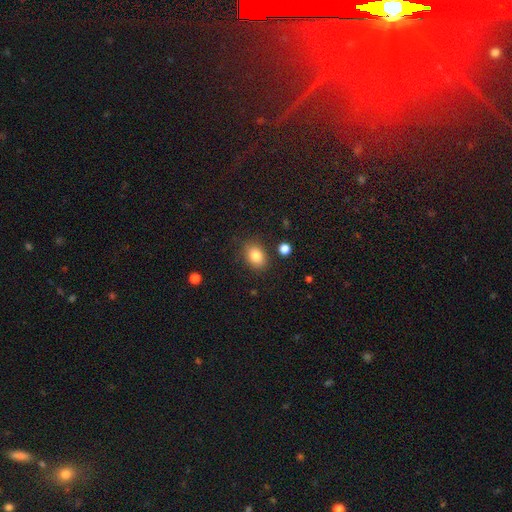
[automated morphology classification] Smooth or featured? smooth (84%)
How rounded? in between (74%)
Merging? none (83%)